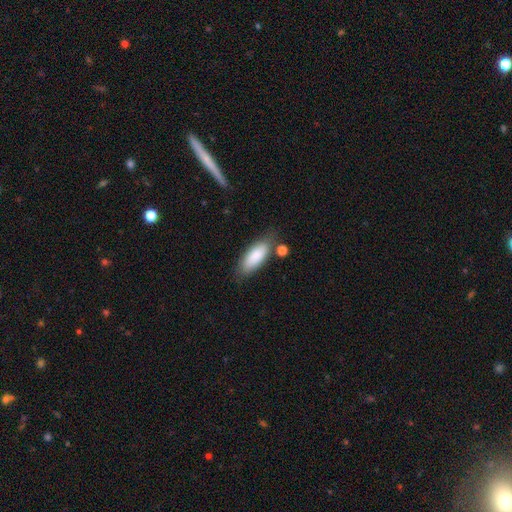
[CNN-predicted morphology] A smooth galaxy with no disk features (85%) that is in between round and cigar-shaped (76%).

Vote fractions:
- Smooth or featured? smooth: 85% / featured or disk: 9% / star or artifact: 6%
- How rounded? in between: 76% / cigar-shaped: 22% / round: 2%
- Merging? none: 71% / minor disturbance: 18% / merger: 7% / major disturbance: 5%